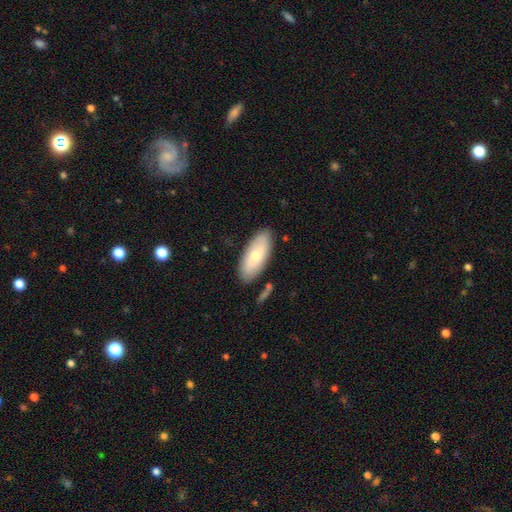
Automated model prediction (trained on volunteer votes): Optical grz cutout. It shows a smooth galaxy with no disk features (67%) that is in between round and cigar-shaped (83%). Merging: none (84%).